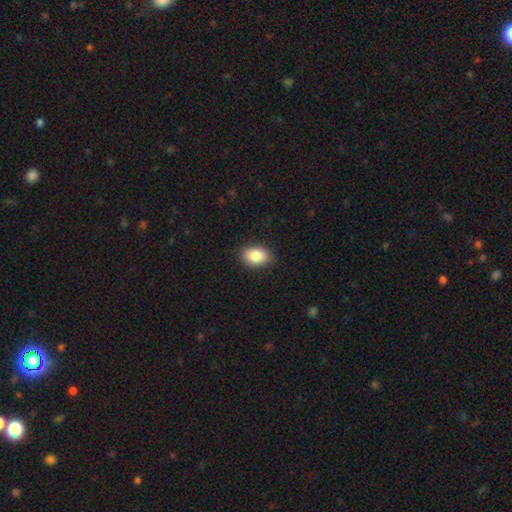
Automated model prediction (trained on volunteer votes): Smooth or featured: smooth — 88% (star or artifact — 7%)
How rounded: in between — 84% (round — 15%)
Merging: none — 88% (minor disturbance — 9%)